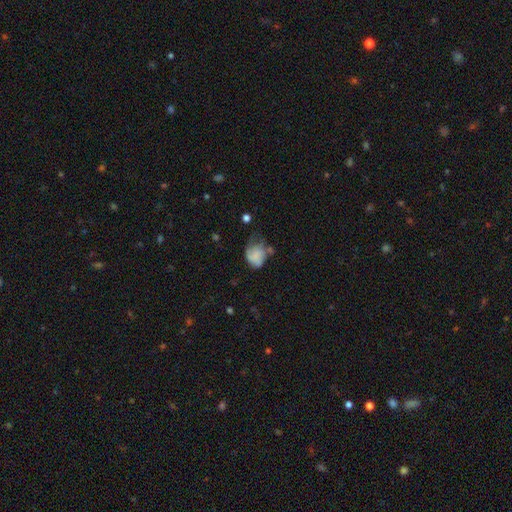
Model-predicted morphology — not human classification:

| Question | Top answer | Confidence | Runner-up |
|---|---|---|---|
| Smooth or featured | smooth | 62% | featured or disk (28%) |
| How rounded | in between | 53% | round (46%) |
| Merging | major disturbance | 35% | minor disturbance (33%) |